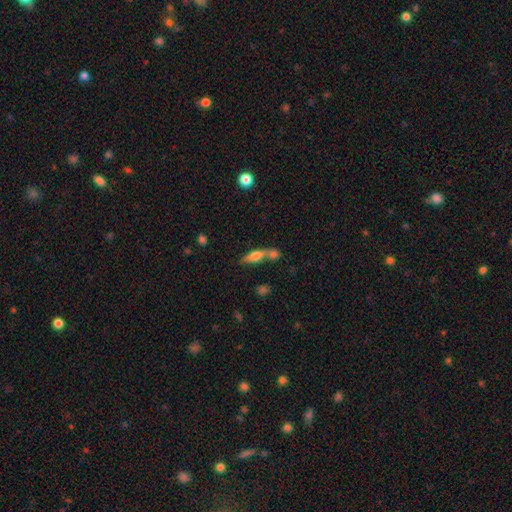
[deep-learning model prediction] smooth 59%, featured or disk 33%, star or artifact 9%. Down the decision tree: how rounded — cigar-shaped (54%); merging — merger (45%).